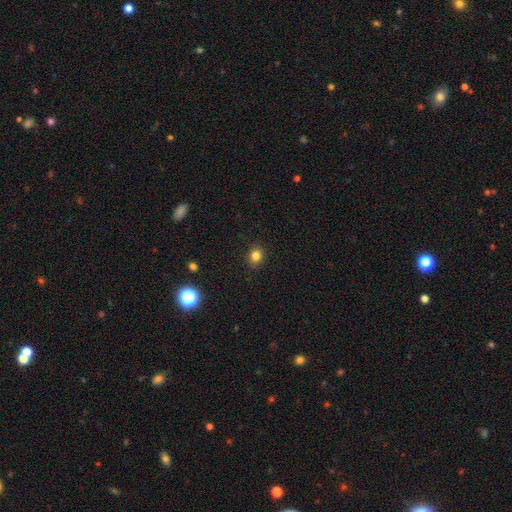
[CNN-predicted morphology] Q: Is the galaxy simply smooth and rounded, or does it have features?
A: smooth — 82%.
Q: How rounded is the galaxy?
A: round — 74%.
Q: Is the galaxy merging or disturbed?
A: none — 89%.